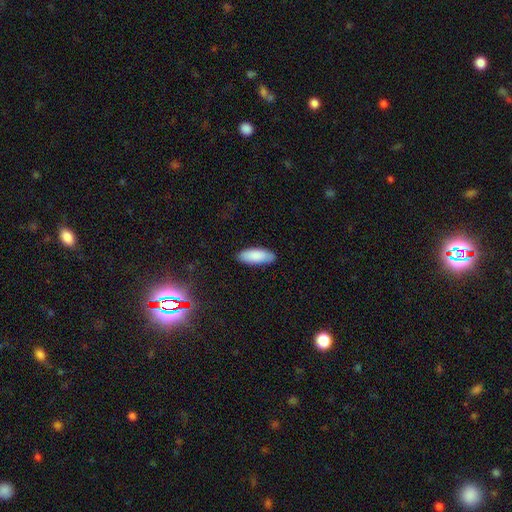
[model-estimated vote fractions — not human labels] This is clearly a smooth galaxy (88%). How rounded: likely in between (75%). Merging: clearly none (87%).